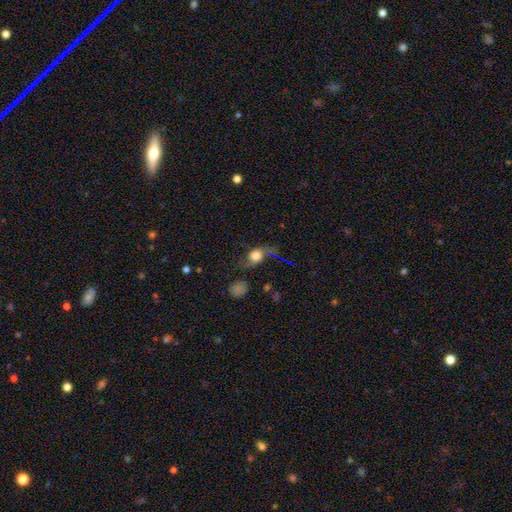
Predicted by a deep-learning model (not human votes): Smooth or featured? smooth (56%)
How rounded? in between (52%)
Merging? none (51%)